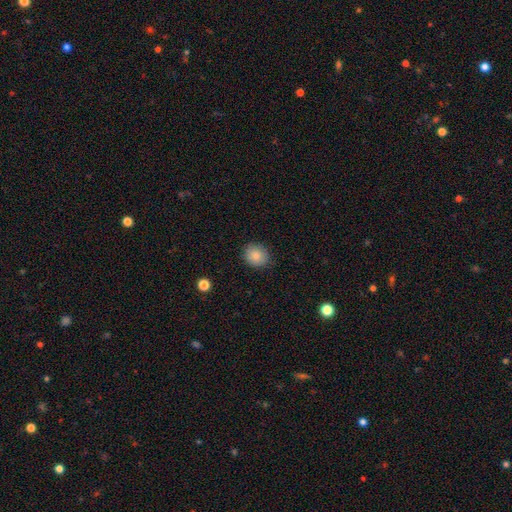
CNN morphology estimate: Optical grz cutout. It shows a smooth galaxy with no disk features (84%) that is round (80%). Merging: none (87%).